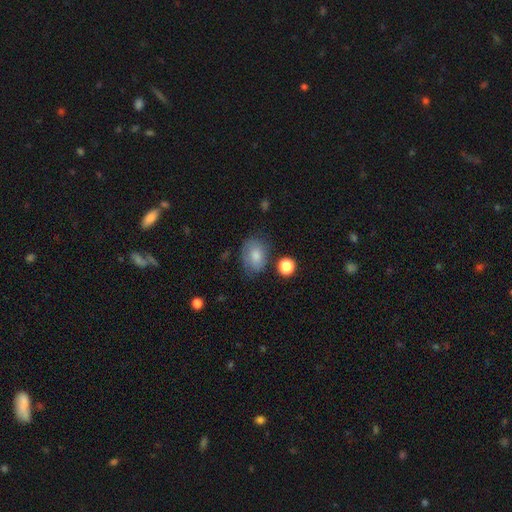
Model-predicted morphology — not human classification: The model was most divided on "merging": none: 60%, minor disturbance: 27%, major disturbance: 9%, merger: 4%. More confident: smooth or featured — smooth (77%); how rounded — in between (70%).